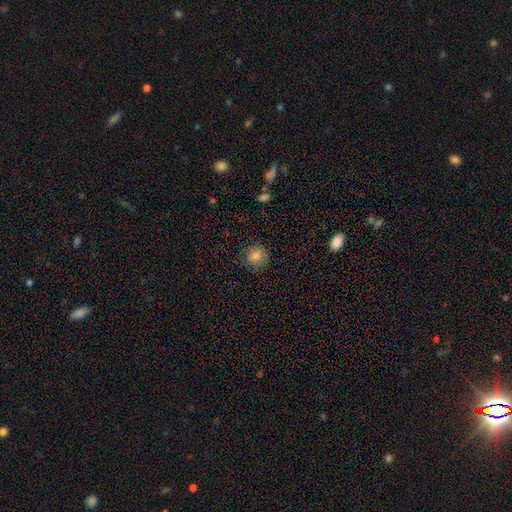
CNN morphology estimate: smooth 75%, star or artifact 13%, featured or disk 12%. Down the decision tree: how rounded — round (92%); merging — none (83%).